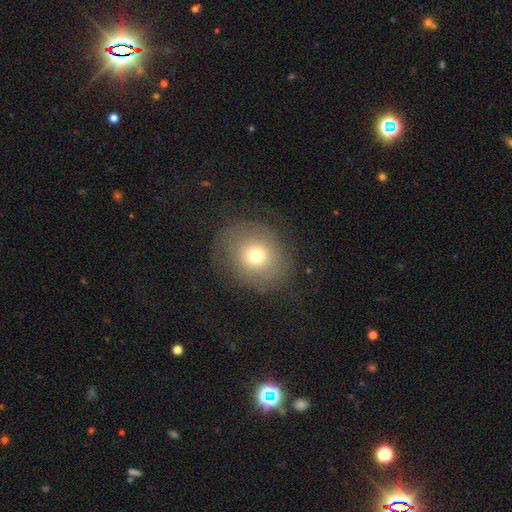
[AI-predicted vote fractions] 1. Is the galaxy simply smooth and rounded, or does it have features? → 69% smooth, 17% featured or disk, 13% star or artifact.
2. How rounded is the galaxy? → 72% round, 27% in between, 1% cigar-shaped.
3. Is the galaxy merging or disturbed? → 76% none, 15% minor disturbance, 8% major disturbance, 1% merger.